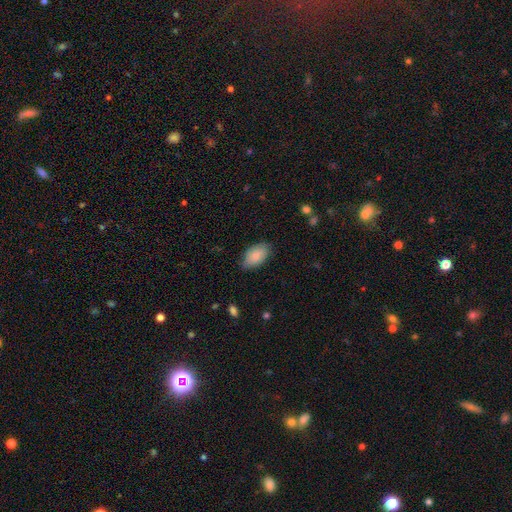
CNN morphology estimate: type=smooth (83%); roundness=in between (94%); merging=none (78%).